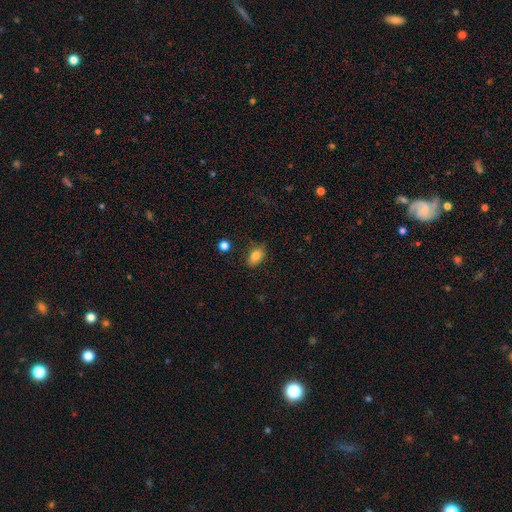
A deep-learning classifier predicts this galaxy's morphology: Smooth or featured: smooth — 82% (featured or disk — 9%)
How rounded: in between — 86% (round — 12%)
Merging: none — 82% (minor disturbance — 14%)